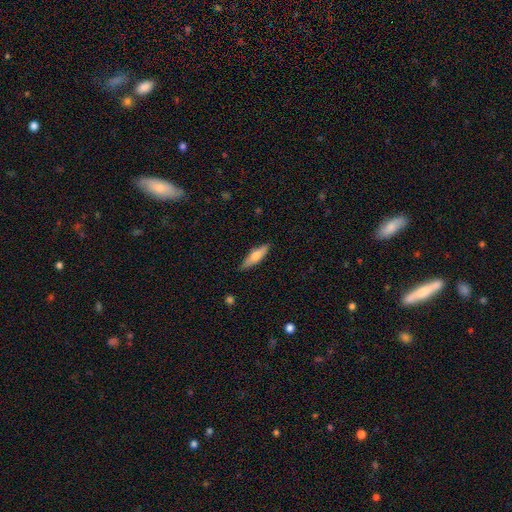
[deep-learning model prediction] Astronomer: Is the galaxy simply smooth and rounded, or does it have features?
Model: smooth — 60%.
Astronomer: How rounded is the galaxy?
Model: cigar-shaped — 59% (runner-up: in between, 39%).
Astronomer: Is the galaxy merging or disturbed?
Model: none — 85%.